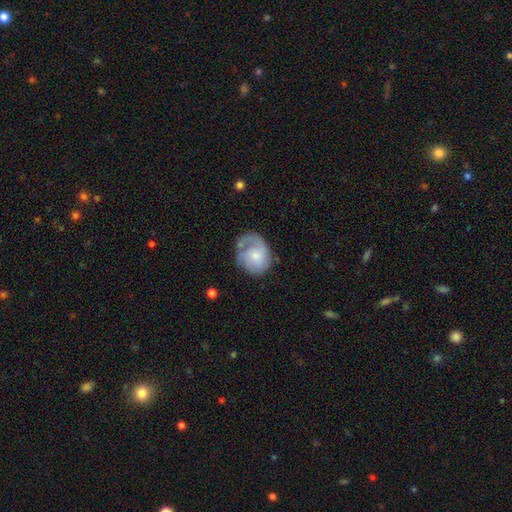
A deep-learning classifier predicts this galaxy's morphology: Smooth or featured: featured or disk — 54% (smooth — 39%)
Edge-on disk: no — 98% (yes — 2%)
Bar: no — 75% (weak — 22%)
Spiral arms: yes — 79% (no — 21%)
Bulge size: small — 52% (moderate — 34%)
Merging: none — 48% (minor disturbance — 25%)